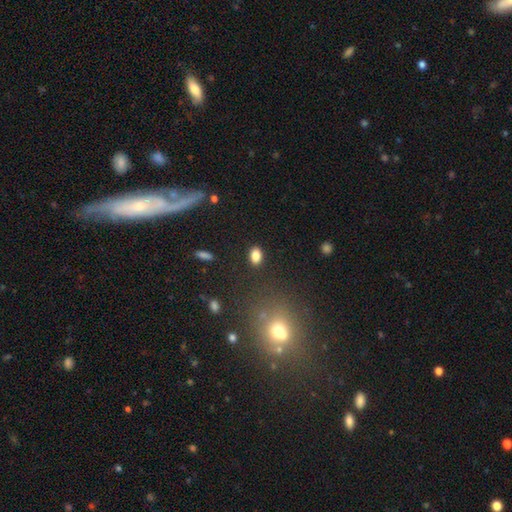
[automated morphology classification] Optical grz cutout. It shows a smooth galaxy with no disk features (84%) that is in between round and cigar-shaped (83%). Merging: none (86%).